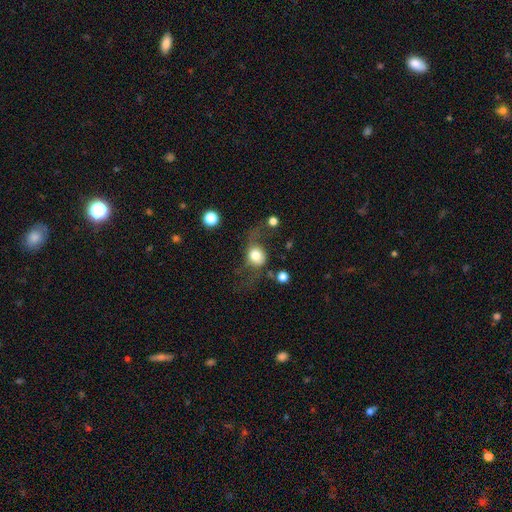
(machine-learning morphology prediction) Smooth or featured?
  - smooth: 67% *
  - featured or disk: 24%
  - star or artifact: 9%
How rounded?
  - round: 66% *
  - in between: 33%
  - cigar-shaped: 1%
Merging?
  - major disturbance: 39% *
  - none: 34%
  - minor disturbance: 21%
  - merger: 6%